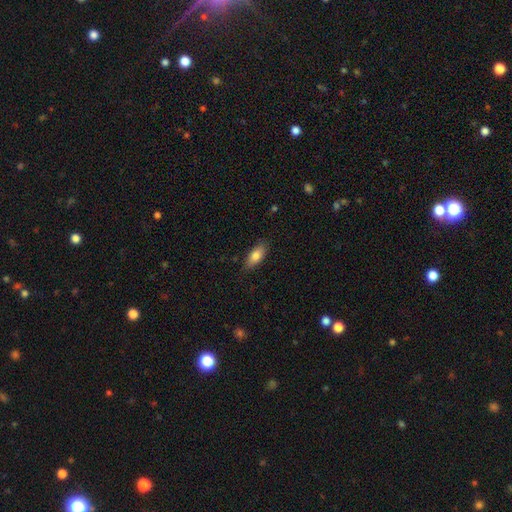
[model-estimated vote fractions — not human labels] Smooth or featured?
  - smooth: 81% *
  - featured or disk: 13%
  - star or artifact: 7%
How rounded?
  - in between: 82% *
  - cigar-shaped: 15%
  - round: 3%
Merging?
  - none: 84% *
  - minor disturbance: 12%
  - major disturbance: 2%
  - merger: 1%